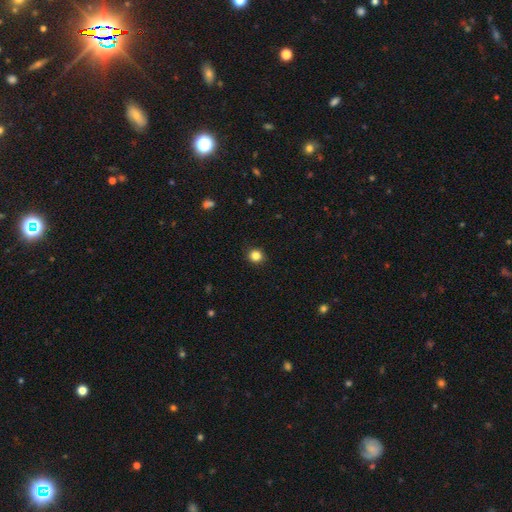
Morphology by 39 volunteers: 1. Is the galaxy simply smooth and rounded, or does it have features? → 97% smooth, 3% star or artifact, 0% featured or disk.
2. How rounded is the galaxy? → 97% round, 3% in between, 0% cigar-shaped.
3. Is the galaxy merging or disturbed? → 92% none, 8% minor disturbance, 0% major disturbance, 0% merger.